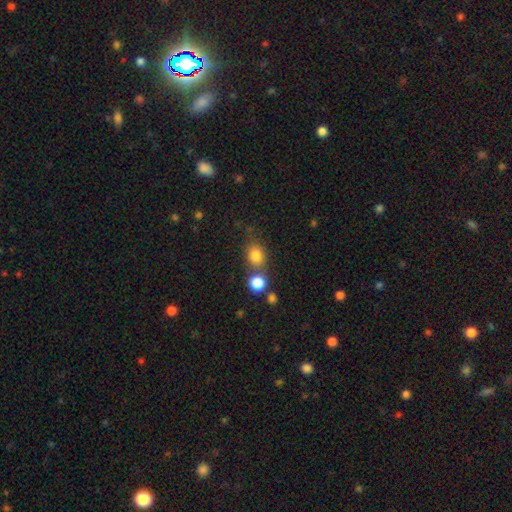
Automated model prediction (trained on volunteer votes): Smooth or featured: smooth — 81% (star or artifact — 12%)
How rounded: round — 63% (in between — 36%)
Merging: none — 57% (merger — 26%)